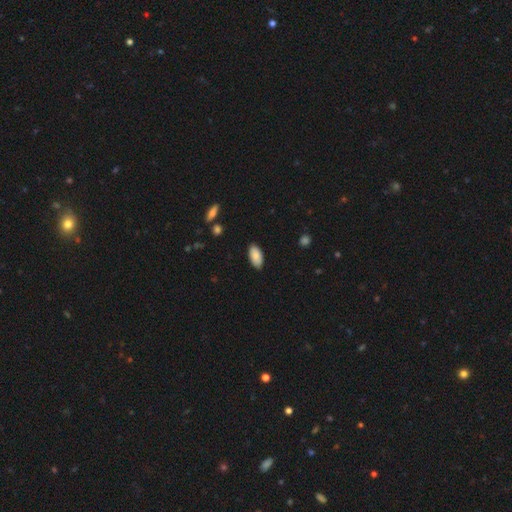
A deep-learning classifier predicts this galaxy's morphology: Q: Smooth or featured?
A: smooth (86%); runner-up: featured or disk (7%)
Q: How rounded?
A: in between (94%); runner-up: cigar-shaped (4%)
Q: Merging?
A: none (86%); runner-up: minor disturbance (11%)